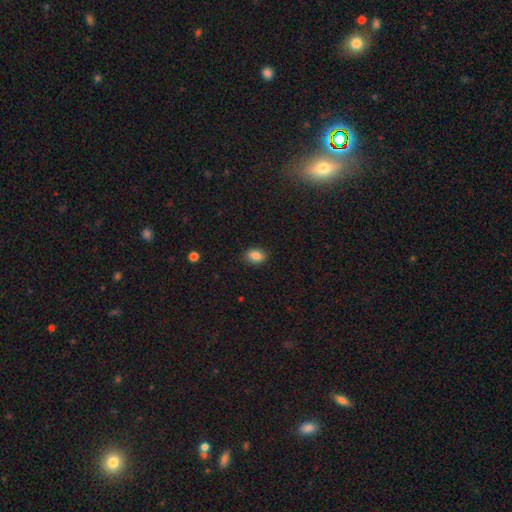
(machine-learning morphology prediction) This appears to be a smooth galaxy with no disk features (85%) that is in between round and cigar-shaped (75%). Merging: none (87%).